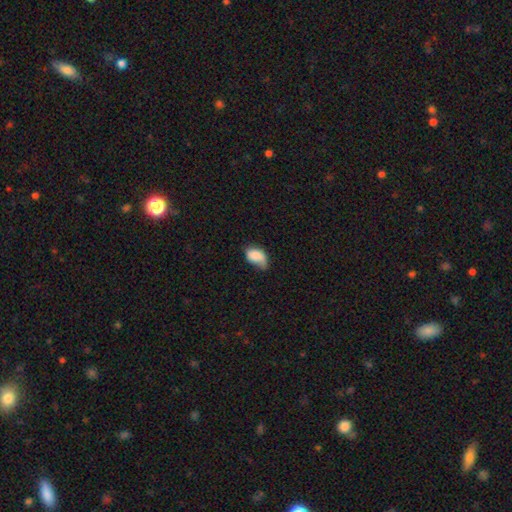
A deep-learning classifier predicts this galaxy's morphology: Smooth or featured? Predicted: smooth (p=0.80). How rounded? Predicted: in between (p=0.89). Merging? Predicted: minor disturbance (p=0.40).